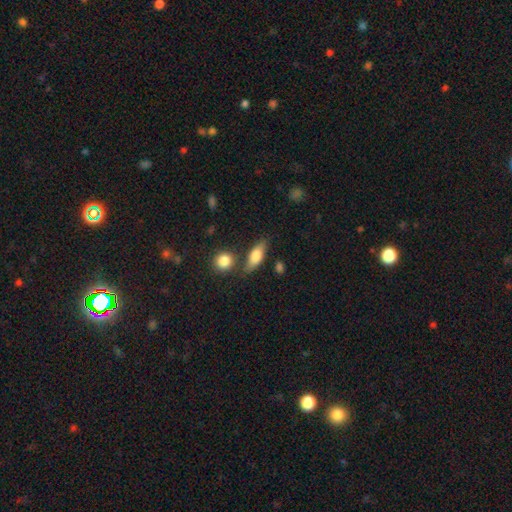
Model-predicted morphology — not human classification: Smooth or featured?
  - smooth: 67% *
  - featured or disk: 26%
  - star or artifact: 7%
How rounded?
  - in between: 63% *
  - cigar-shaped: 31%
  - round: 6%
Merging?
  - none: 73% *
  - minor disturbance: 15%
  - merger: 9%
  - major disturbance: 4%